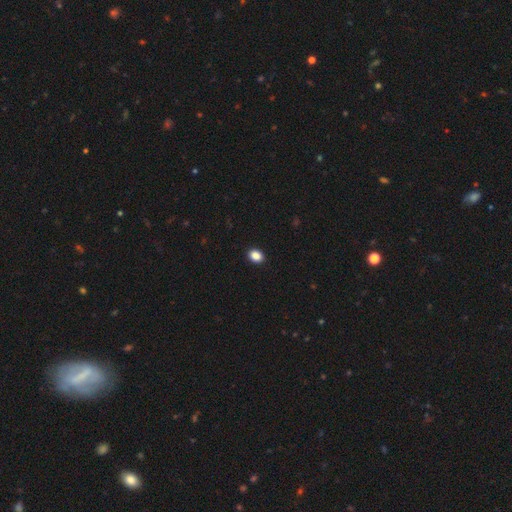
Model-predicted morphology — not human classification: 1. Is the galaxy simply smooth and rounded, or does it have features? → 88% smooth, 9% star or artifact, 3% featured or disk.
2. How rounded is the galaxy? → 67% in between, 32% round, 1% cigar-shaped.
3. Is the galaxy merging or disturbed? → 92% none, 6% minor disturbance, 2% major disturbance, 1% merger.